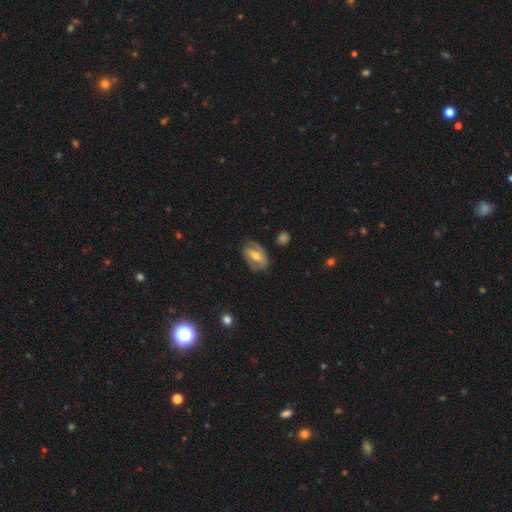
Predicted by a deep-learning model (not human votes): Smooth or featured: featured or disk — 60% (smooth — 34%)
Edge-on disk: no — 93% (yes — 7%)
Bar: strong — 41% (weak — 38%)
Spiral arms: yes — 70% (no — 30%)
Bulge size: moderate — 62% (small — 30%)
Merging: none — 73% (minor disturbance — 19%)